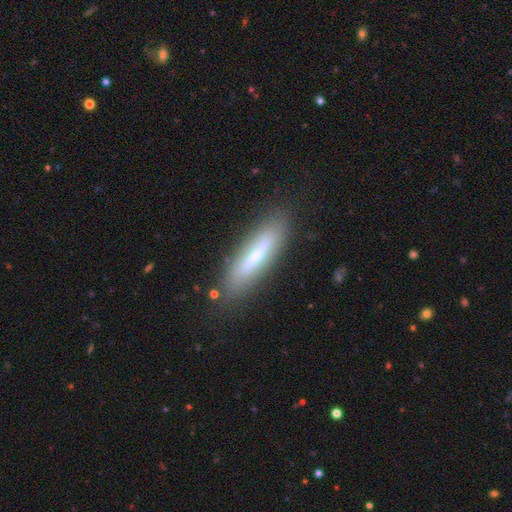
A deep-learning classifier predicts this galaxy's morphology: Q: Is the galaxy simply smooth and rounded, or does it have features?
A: smooth — 48%.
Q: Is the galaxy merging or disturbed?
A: none — 83%.